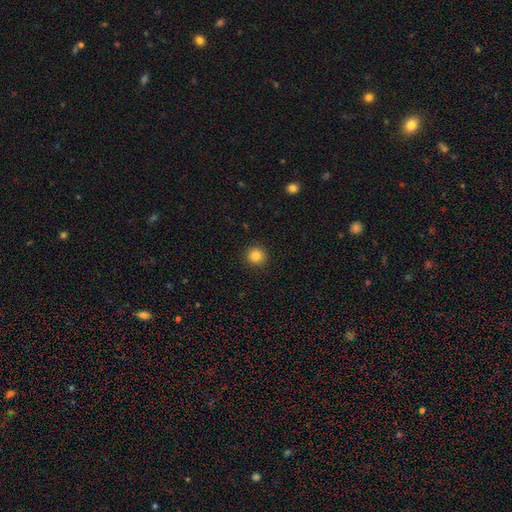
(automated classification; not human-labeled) This is clearly a smooth galaxy (84%). How rounded: clearly round (95%). Merging: clearly none (93%).